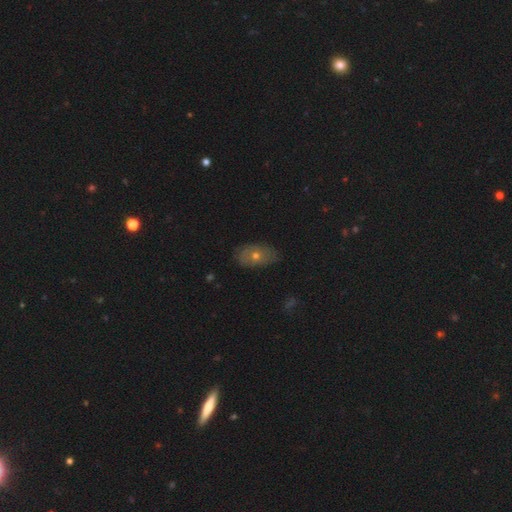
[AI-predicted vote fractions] smooth 51%, featured or disk 37%, star or artifact 12%. Down the decision tree: how rounded — in between (86%); merging — none (76%).